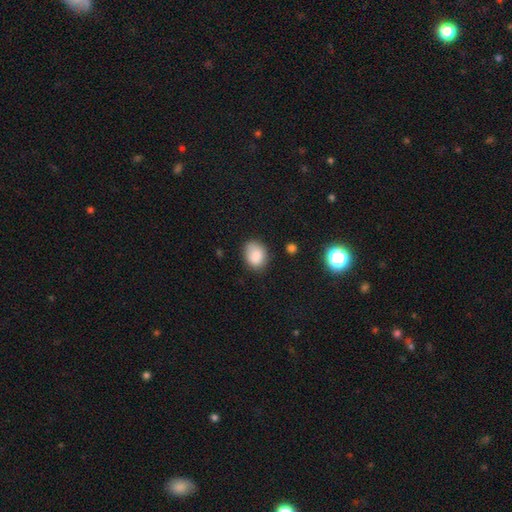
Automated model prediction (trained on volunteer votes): smooth-or-featured: smooth: 85% | star or artifact: 9% | featured or disk: 6%
  how-rounded: in between: 58% | round: 41% | cigar-shaped: 1%
  merging: none: 69% | minor disturbance: 23% | major disturbance: 5% | merger: 3%